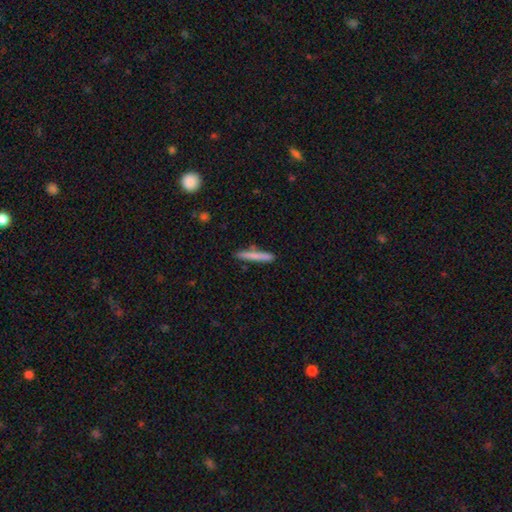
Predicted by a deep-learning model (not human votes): Morphology: type=smooth (76%); roundness=cigar-shaped (95%); merging=none (86%).